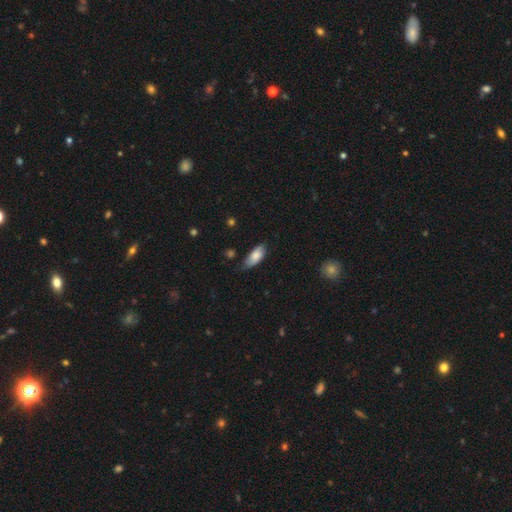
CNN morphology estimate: Smooth or featured: smooth — 78% (featured or disk — 16%)
How rounded: in between — 85% (cigar-shaped — 13%)
Merging: none — 60% (minor disturbance — 32%)